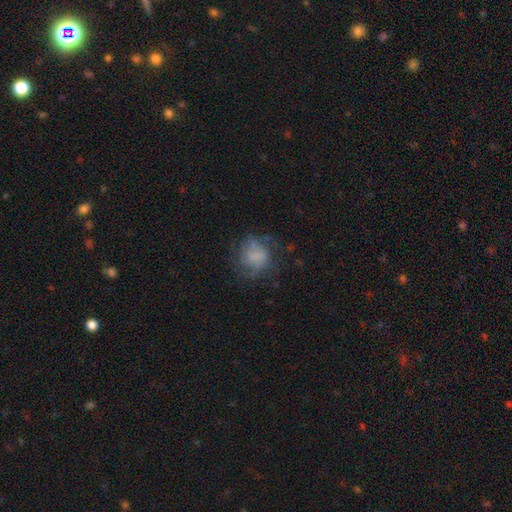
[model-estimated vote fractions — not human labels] Morphology: type=smooth (51%); roundness=round (72%); merging=none (54%).